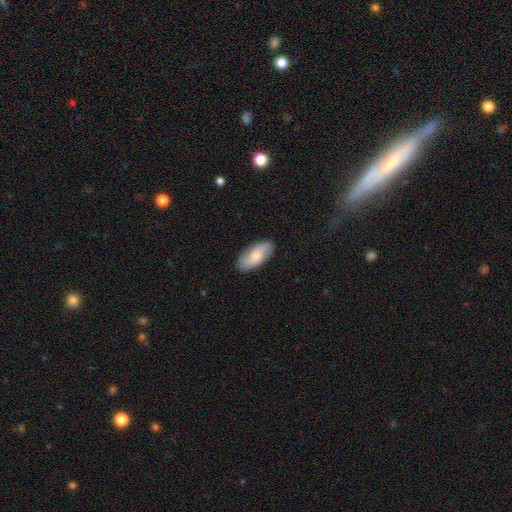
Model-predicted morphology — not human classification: Smooth or featured?
  - smooth: 68% *
  - featured or disk: 26%
  - star or artifact: 6%
How rounded?
  - in between: 89% *
  - cigar-shaped: 9%
  - round: 2%
Merging?
  - none: 85% *
  - minor disturbance: 11%
  - major disturbance: 2%
  - merger: 1%